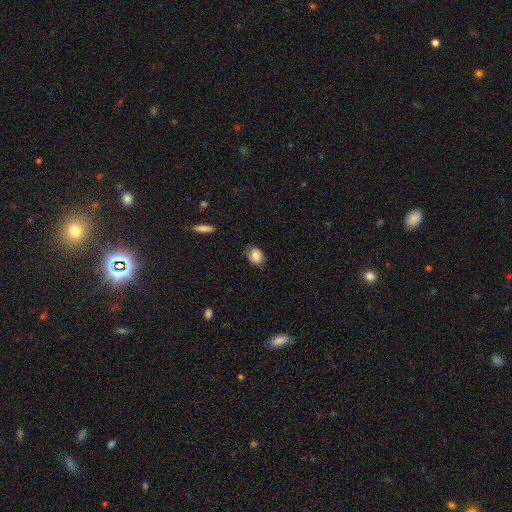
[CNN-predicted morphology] Smooth or featured: smooth — 80% (featured or disk — 13%)
How rounded: in between — 72% (round — 26%)
Merging: none — 68% (minor disturbance — 25%)